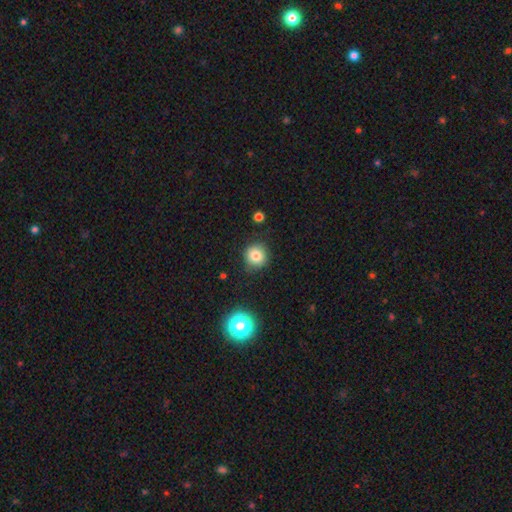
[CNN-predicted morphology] Q: Smooth or featured?
A: smooth (80%); runner-up: star or artifact (13%)
Q: How rounded?
A: round (93%); runner-up: in between (7%)
Q: Merging?
A: none (85%); runner-up: minor disturbance (10%)